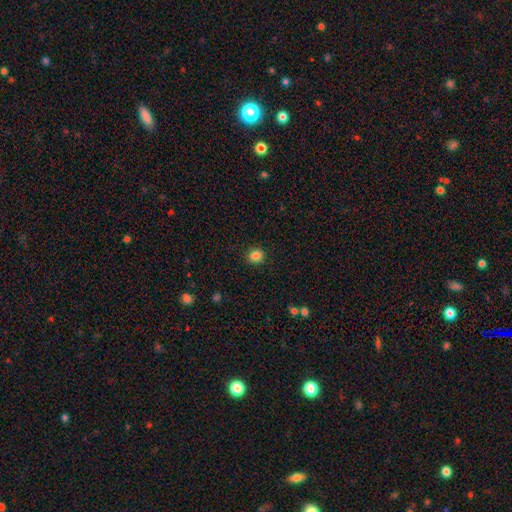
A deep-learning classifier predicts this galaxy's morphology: type=smooth (85%); roundness=round (86%); merging=none (91%).